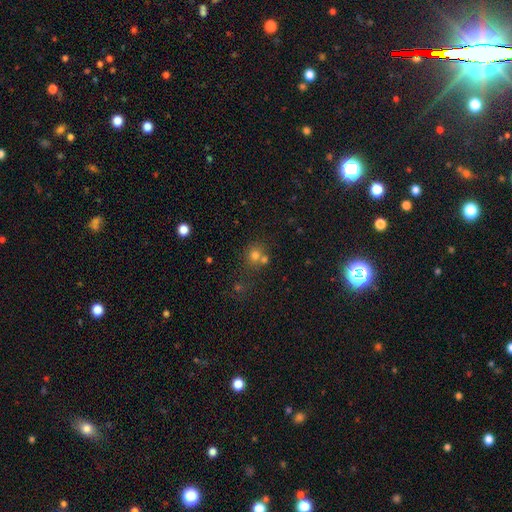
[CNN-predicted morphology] This is likely a smooth galaxy (66%). How rounded: clearly round (82%). Merging: possibly none (54%).